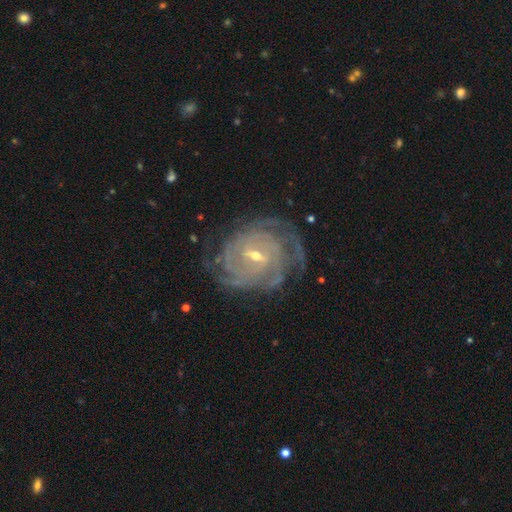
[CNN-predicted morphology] Q: Smooth or featured?
A: featured or disk (89%); runner-up: star or artifact (6%)
Q: Edge-on disk?
A: no (97%); runner-up: yes (3%)
Q: Bar?
A: weak (52%); runner-up: strong (24%)
Q: Spiral arms?
A: yes (97%); runner-up: no (3%)
Q: Spiral winding?
A: tight (77%); runner-up: medium (20%)
Q: Spiral arm count?
A: can't tell (28%); runner-up: 4 (24%)
Q: Bulge size?
A: small (62%); runner-up: moderate (34%)
Q: Merging?
A: none (74%); runner-up: minor disturbance (17%)